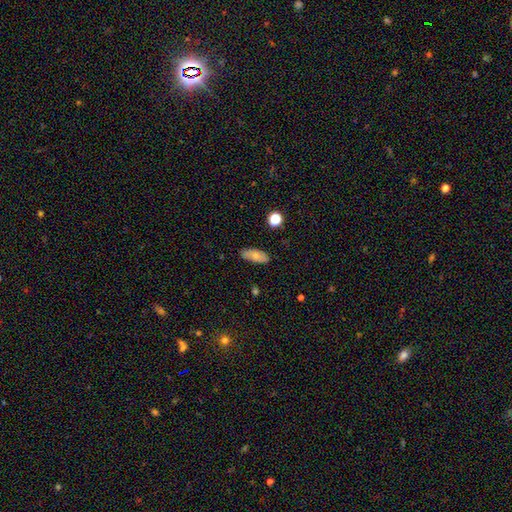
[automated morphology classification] A smooth galaxy with no disk features (72%) that is in between round and cigar-shaped (82%). Merging: none (81%).